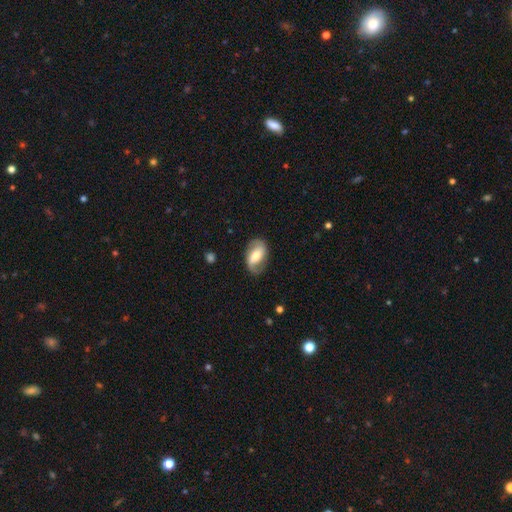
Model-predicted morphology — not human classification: type=featured or disk (66%); edge-on=no (95%); bar=weak (37%); spiral arms=yes (86%); winding=loose (40%, tied with medium); arm count=2 (85%); bulge=moderate (55%); merging=none (76%).